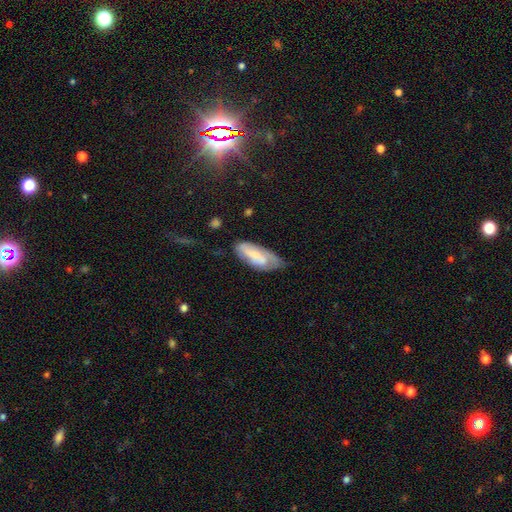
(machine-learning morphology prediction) Smooth or featured? smooth (58%)
How rounded? in between (77%)
Merging? none (48%)